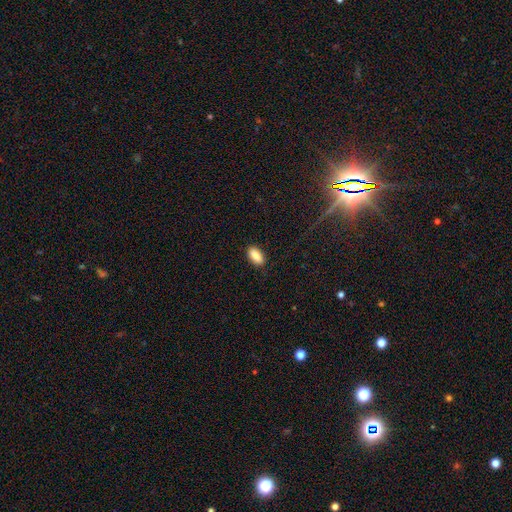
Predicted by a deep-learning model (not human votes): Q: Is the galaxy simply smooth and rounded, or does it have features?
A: smooth — 87%.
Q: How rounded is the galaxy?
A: in between — 92%.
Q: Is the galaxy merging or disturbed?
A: none — 88%.